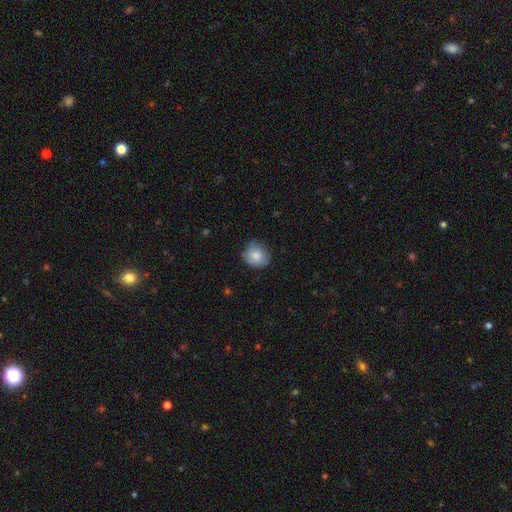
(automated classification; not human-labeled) Smooth or featured? smooth (77%)
How rounded? round (75%)
Merging? none (61%)